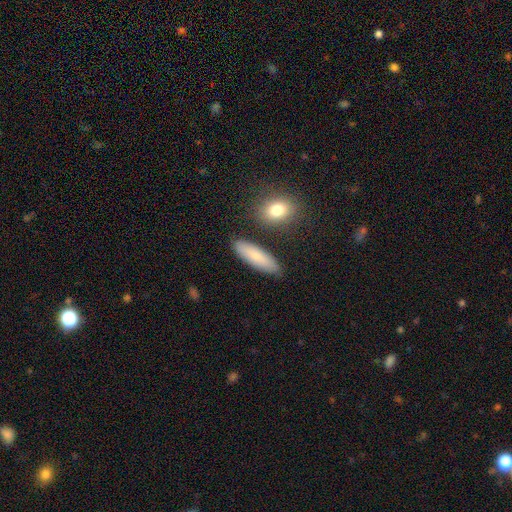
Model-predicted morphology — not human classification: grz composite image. It shows a smooth galaxy with no disk features (77%) that is in between round and cigar-shaped (51%). Merging: none (83%).